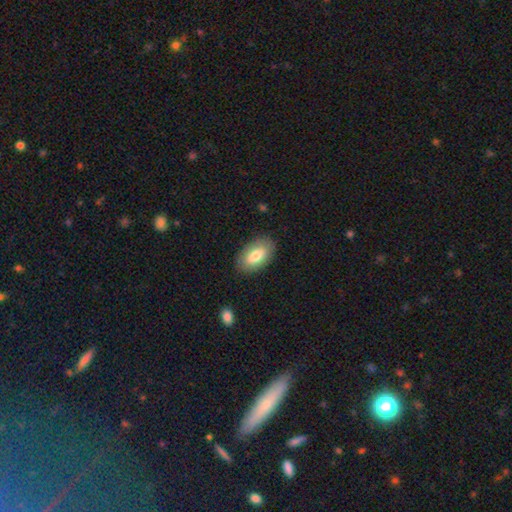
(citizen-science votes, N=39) Smooth or featured?
  - smooth: 74% *
  - featured or disk: 23%
  - star or artifact: 3%
How rounded?
  - in between: 90% *
  - cigar-shaped: 7%
  - round: 3%
Merging?
  - none: 92% *
  - minor disturbance: 3%
  - major disturbance: 3%
  - merger: 3%